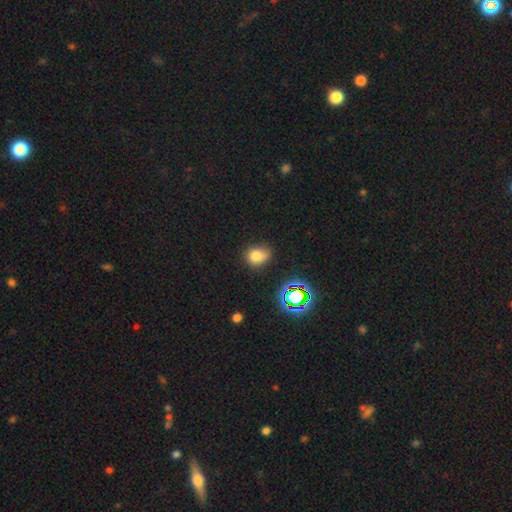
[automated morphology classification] This appears to be a smooth galaxy with no disk features (76%) that is round (54%). Merging: none (61%).